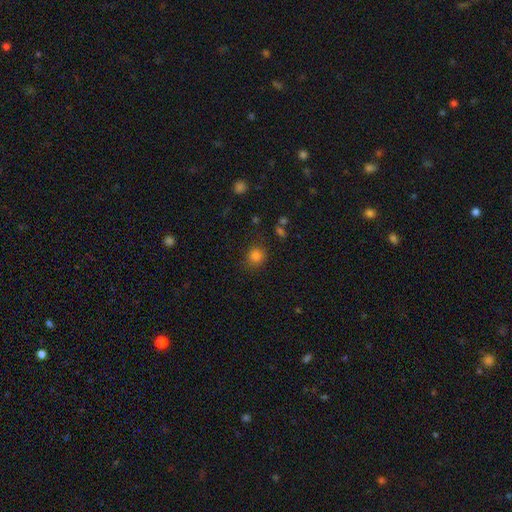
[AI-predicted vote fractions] This appears to be a smooth galaxy with no disk features (81%) that is round (82%). Merging: none (81%).